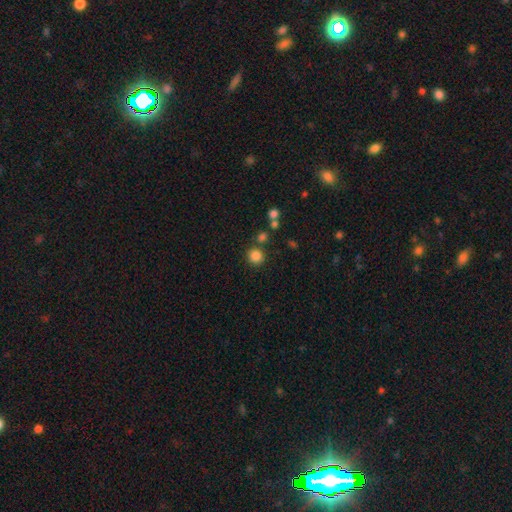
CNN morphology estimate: This appears to be a smooth galaxy with no disk features (83%) that is round (92%). Merging: none (80%).